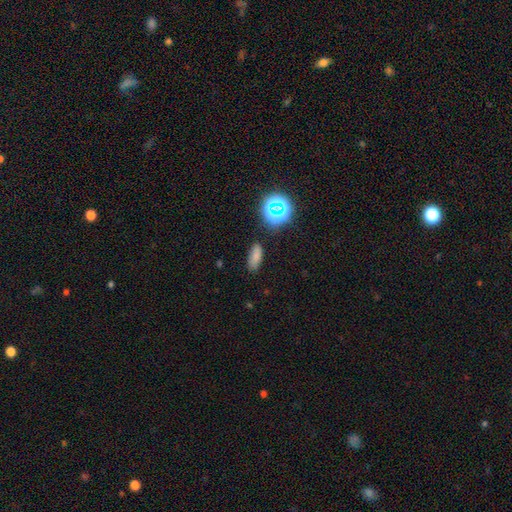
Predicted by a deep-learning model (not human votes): Smooth or featured?
  - smooth: 75% *
  - star or artifact: 18%
  - featured or disk: 7%
How rounded?
  - in between: 76% *
  - cigar-shaped: 18%
  - round: 6%
Merging?
  - none: 81% *
  - minor disturbance: 13%
  - major disturbance: 4%
  - merger: 2%